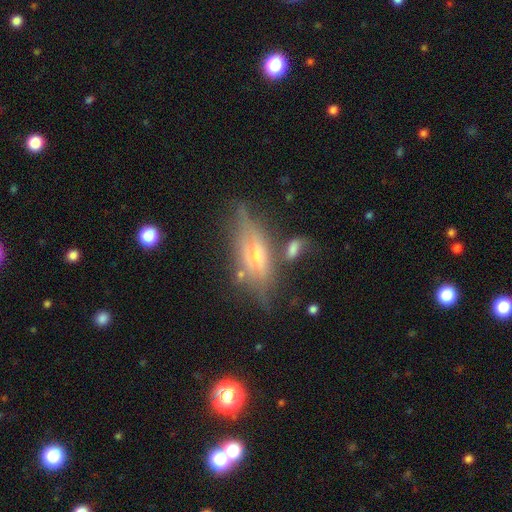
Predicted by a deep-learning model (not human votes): The model was most divided on "merging": none: 61%, minor disturbance: 21%, major disturbance: 9%, merger: 9%. More confident: edge-on disk — yes (77%); smooth or featured — featured or disk (65%).